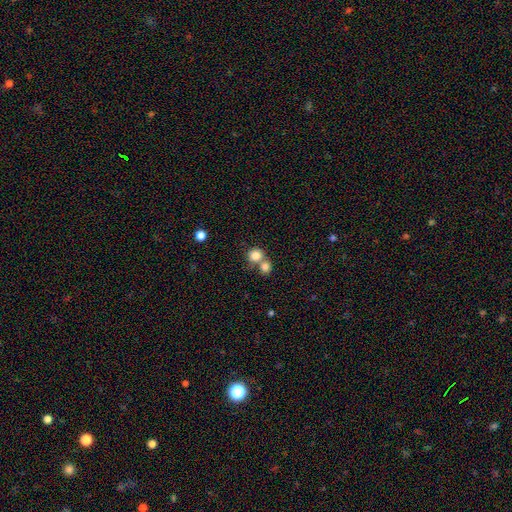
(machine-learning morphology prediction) A smooth galaxy with no disk features (83%) that is round (84%).

Vote fractions:
- Smooth or featured? smooth: 83% / star or artifact: 10% / featured or disk: 7%
- How rounded? round: 84% / in between: 15% / cigar-shaped: 1%
- Merging? merger: 48% / none: 43% / minor disturbance: 6% / major disturbance: 3%